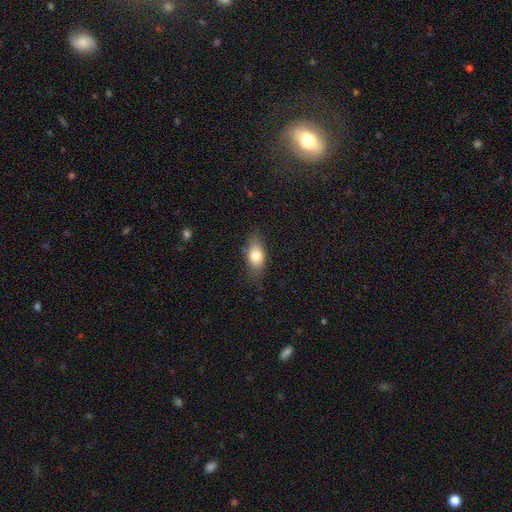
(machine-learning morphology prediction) Smooth or featured? Predicted: smooth (p=0.78). How rounded? Predicted: in between (p=0.83). Merging? Predicted: none (p=0.75).